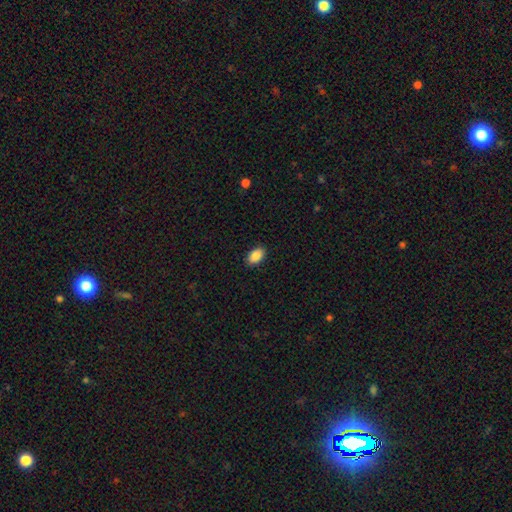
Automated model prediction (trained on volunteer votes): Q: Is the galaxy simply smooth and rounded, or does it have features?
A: smooth — 89%.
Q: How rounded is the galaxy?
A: in between — 93%.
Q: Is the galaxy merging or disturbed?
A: none — 89%.